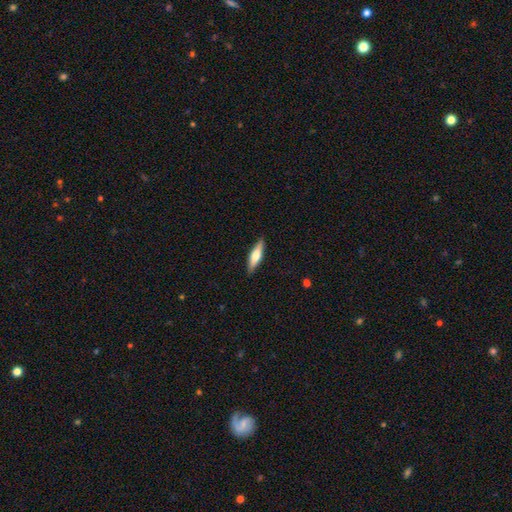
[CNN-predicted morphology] smooth 52%, featured or disk 43%, star or artifact 6%. Down the decision tree: how rounded — cigar-shaped (71%); merging — none (89%).